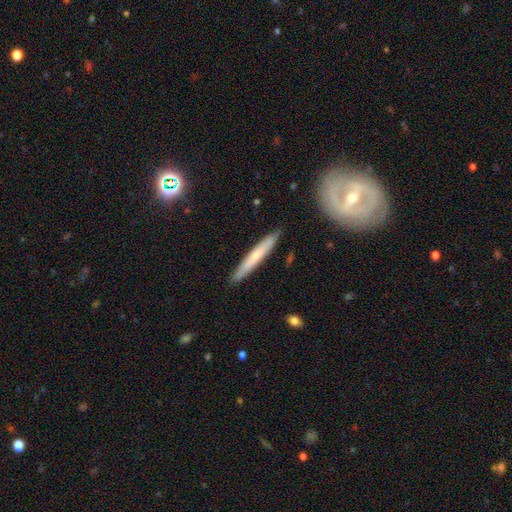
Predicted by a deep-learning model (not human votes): The model was most divided on "smooth or featured": smooth: 56%, featured or disk: 38%, star or artifact: 6%. More confident: how rounded — cigar-shaped (95%); merging — none (88%).